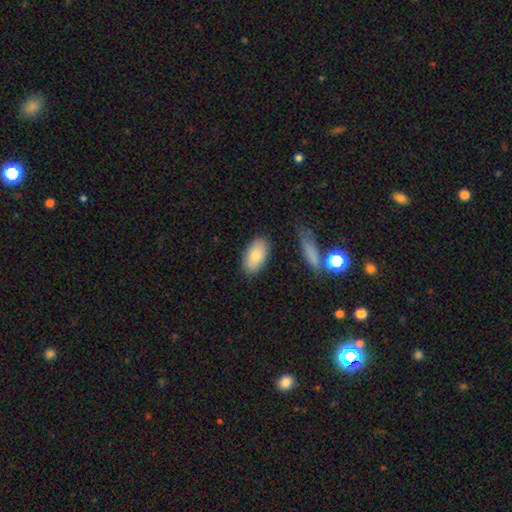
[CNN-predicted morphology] This appears to be a smooth galaxy with no disk features (79%) that is in between round and cigar-shaped (93%). Merging: none (83%).